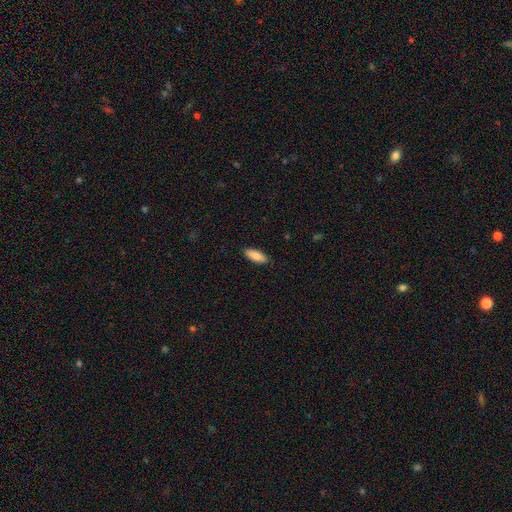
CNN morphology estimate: Smooth or featured?
  - smooth: 86% *
  - featured or disk: 8%
  - star or artifact: 6%
How rounded?
  - in between: 72% *
  - cigar-shaped: 27%
  - round: 2%
Merging?
  - none: 89% *
  - minor disturbance: 8%
  - major disturbance: 2%
  - merger: 1%